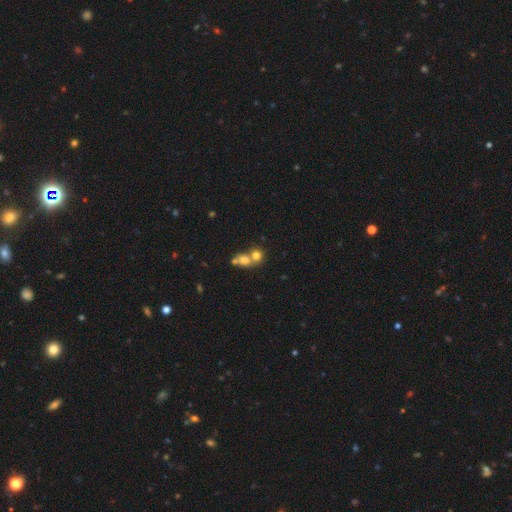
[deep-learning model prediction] Morphology: type=smooth (72%); roundness=round (74%); merging=merger (60%).